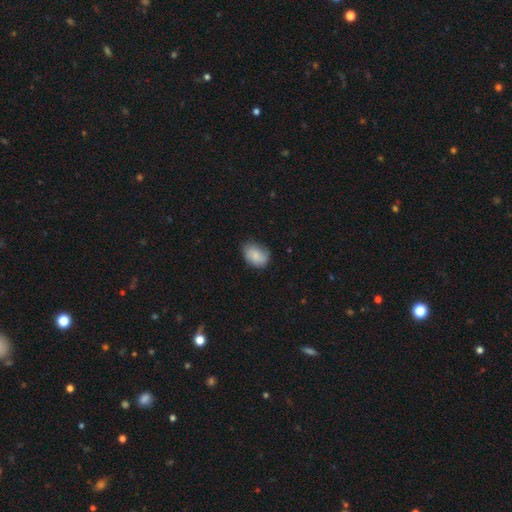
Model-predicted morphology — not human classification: type=smooth (79%); roundness=in between (74%); merging=none (66%).